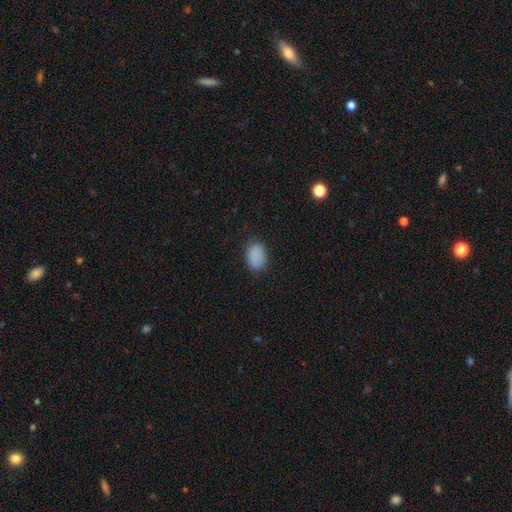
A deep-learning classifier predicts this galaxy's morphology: Smooth or featured? smooth (88%)
How rounded? in between (85%)
Merging? none (83%)